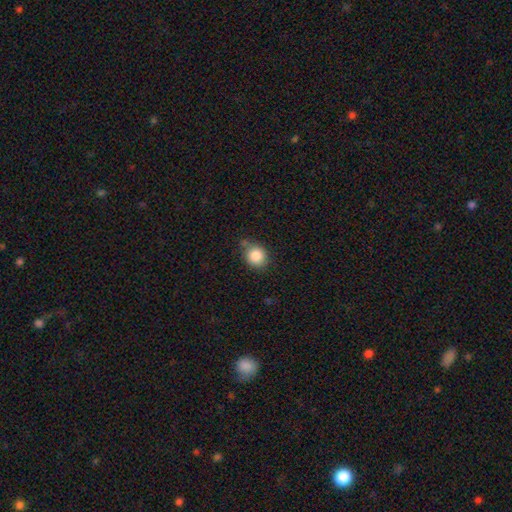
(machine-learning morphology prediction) A smooth galaxy with no disk features (86%) that is round (77%).

Vote fractions:
- Smooth or featured? smooth: 86% / star or artifact: 9% / featured or disk: 5%
- How rounded? round: 77% / in between: 23% / cigar-shaped: 1%
- Merging? none: 73% / minor disturbance: 18% / merger: 5% / major disturbance: 4%